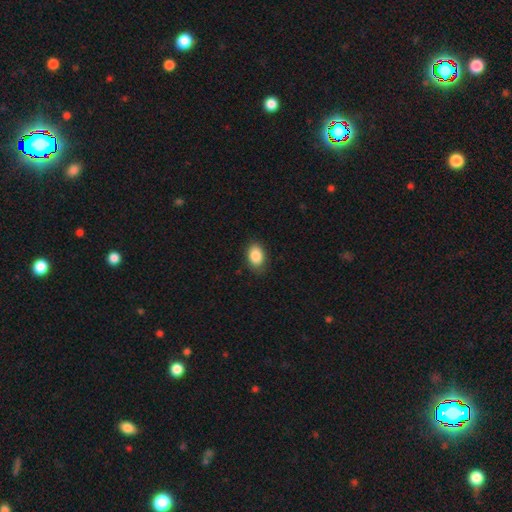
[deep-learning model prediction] A smooth galaxy with no disk features (87%) that is in between round and cigar-shaped (85%). Merging: none (83%).